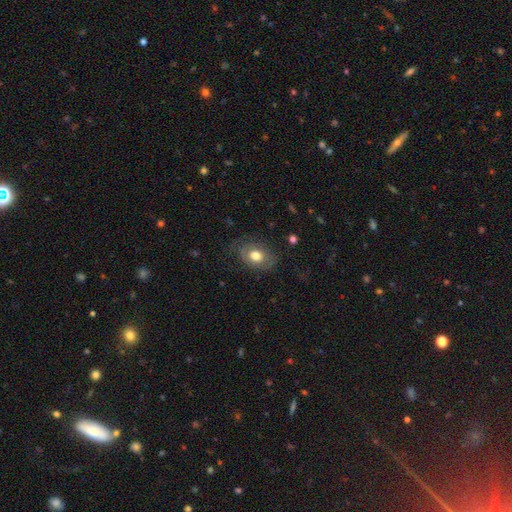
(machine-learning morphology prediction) A smooth galaxy with no disk features (57%) that is in between round and cigar-shaped (75%). Merging: none (67%).